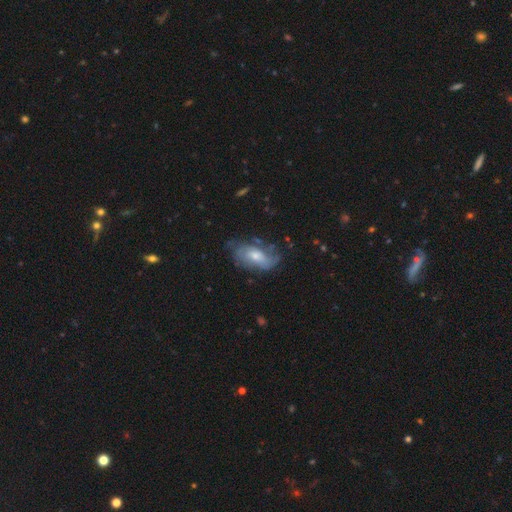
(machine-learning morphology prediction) Q: Smooth or featured?
A: featured or disk (57%); runner-up: smooth (34%)
Q: Edge-on disk?
A: no (91%); runner-up: yes (9%)
Q: Bar?
A: no (67%); runner-up: weak (28%)
Q: Spiral arms?
A: yes (73%); runner-up: no (27%)
Q: Bulge size?
A: moderate (58%); runner-up: small (30%)
Q: Merging?
A: none (61%); runner-up: minor disturbance (25%)